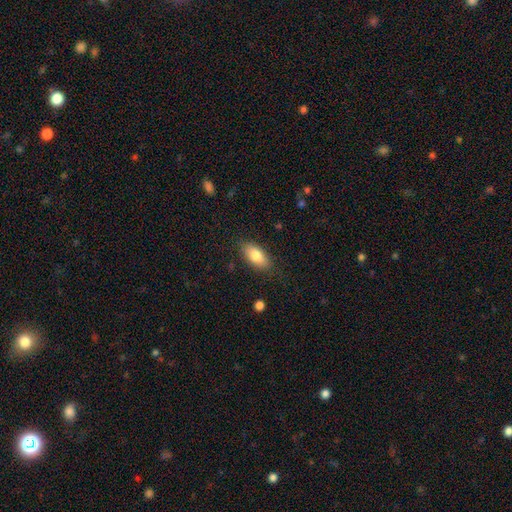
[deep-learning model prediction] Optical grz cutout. It shows a smooth galaxy with no disk features (81%) that is in between round and cigar-shaped (88%). Merging: none (84%).